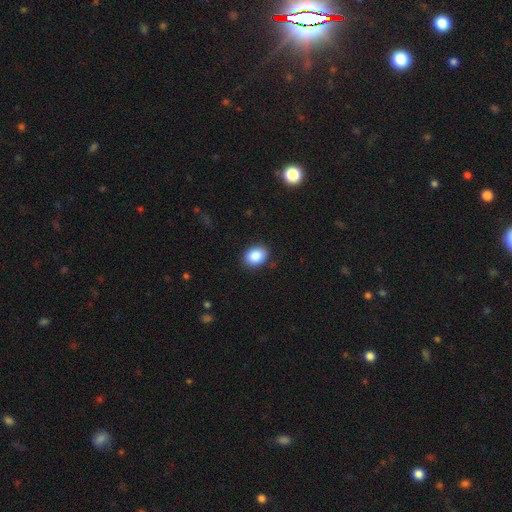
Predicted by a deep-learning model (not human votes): Smooth or featured: smooth — 87% (star or artifact — 8%)
How rounded: in between — 66% (round — 33%)
Merging: none — 87% (minor disturbance — 9%)